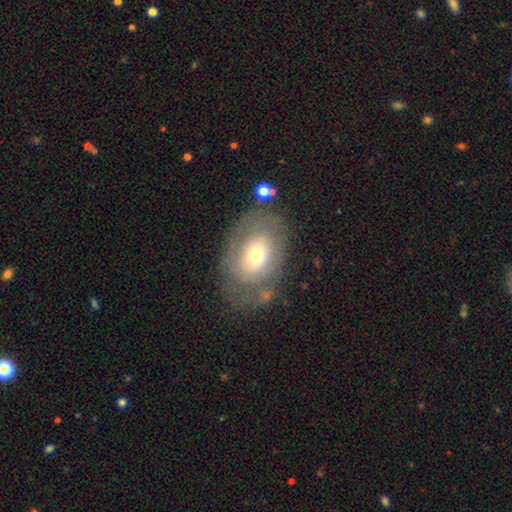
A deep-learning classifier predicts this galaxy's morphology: smooth 50%, featured or disk 43%, star or artifact 8%. Down the decision tree: merging — none (67%).